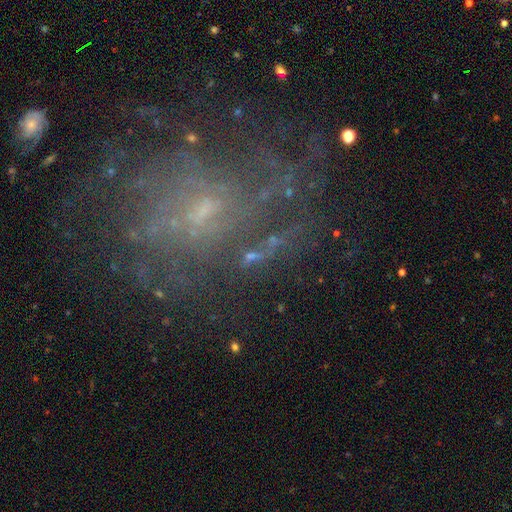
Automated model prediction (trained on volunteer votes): Smooth or featured?
  - featured or disk: 74% *
  - star or artifact: 15%
  - smooth: 11%
Edge-on disk?
  - no: 97% *
  - yes: 3%
Bar?
  - weak: 47% *
  - no: 44%
  - strong: 9%
Spiral arms?
  - yes: 79% *
  - no: 21%
Spiral winding?
  - tight: 39% *
  - medium: 38%
  - loose: 23%
Spiral arm count?
  - can't tell: 51% *
  - 2: 13%
  - 3: 11%
  - 4: 10%
  - more than 4: 8%
  - 1: 6%
Bulge size?
  - small: 62% *
  - moderate: 18%
  - none: 17%
  - large: 2%
  - dominant: 1%
Merging?
  - none: 60% *
  - major disturbance: 19%
  - minor disturbance: 17%
  - merger: 3%